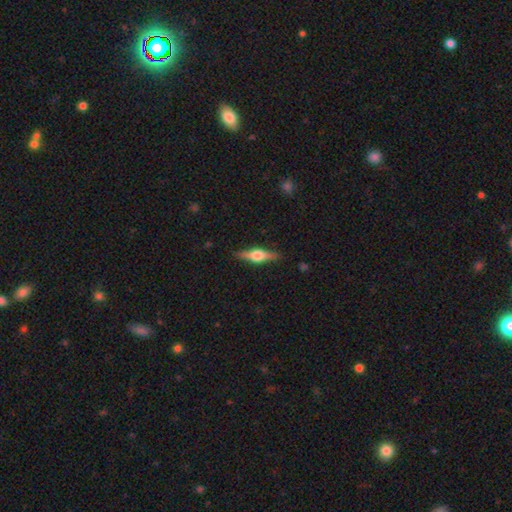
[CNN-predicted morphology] Smooth or featured?
  - featured or disk: 69% *
  - smooth: 25%
  - star or artifact: 6%
Edge-on disk?
  - yes: 97% *
  - no: 3%
Edge-on bulge?
  - rounded: 93% *
  - boxy: 6%
  - none: 2%
Merging?
  - none: 89% *
  - minor disturbance: 8%
  - major disturbance: 2%
  - merger: 1%